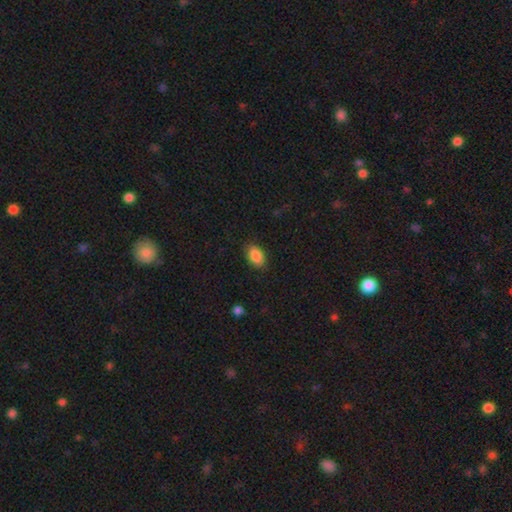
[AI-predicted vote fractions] smooth_or_featured: smooth (p=0.88) [alt: star or artifact p=0.07]
how_rounded: in between (p=0.91) [alt: round p=0.07]
merging: none (p=0.84) [alt: minor disturbance p=0.12]